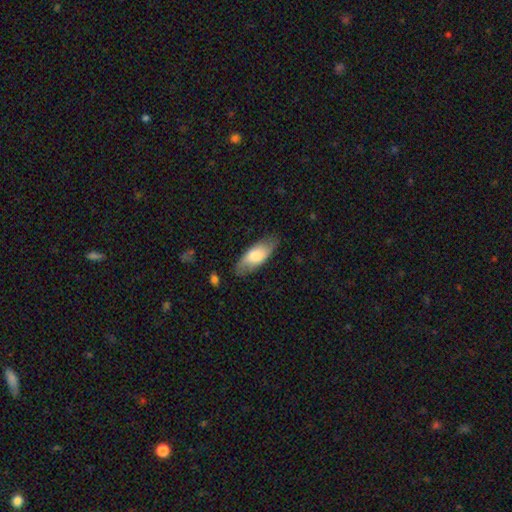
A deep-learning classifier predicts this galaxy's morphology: Smooth or featured? smooth (73%)
How rounded? in between (80%)
Merging? none (77%)